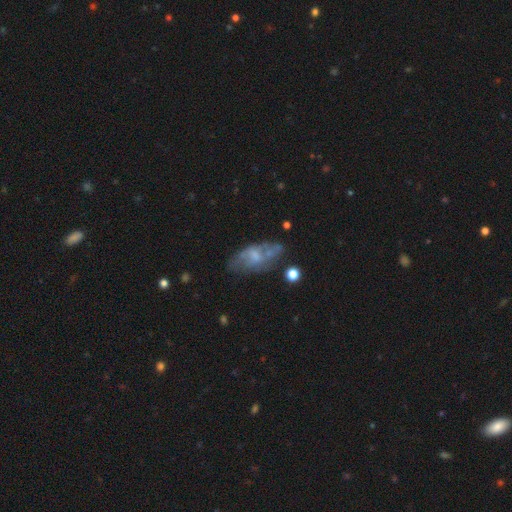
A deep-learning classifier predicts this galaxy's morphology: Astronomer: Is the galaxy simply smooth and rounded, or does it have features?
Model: featured or disk — 53% (runner-up: smooth, 37%).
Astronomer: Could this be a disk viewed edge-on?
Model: no — 88%.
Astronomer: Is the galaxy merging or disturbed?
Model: none — 50% (runner-up: minor disturbance, 26%).